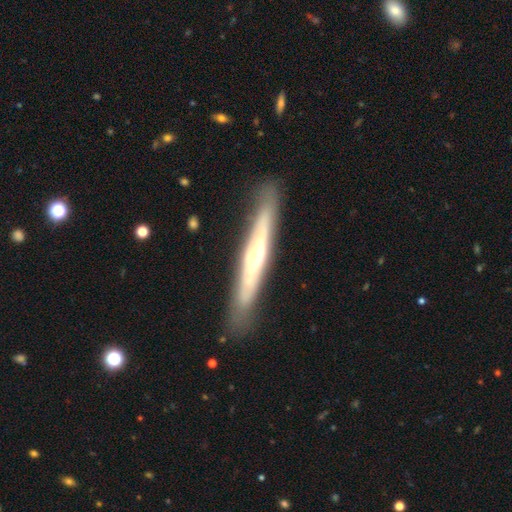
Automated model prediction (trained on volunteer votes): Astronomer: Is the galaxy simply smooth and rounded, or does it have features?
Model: featured or disk — 64%.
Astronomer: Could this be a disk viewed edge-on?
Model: yes — 85%.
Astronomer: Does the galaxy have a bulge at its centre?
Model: rounded — 65%.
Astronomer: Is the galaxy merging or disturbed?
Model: none — 85%.